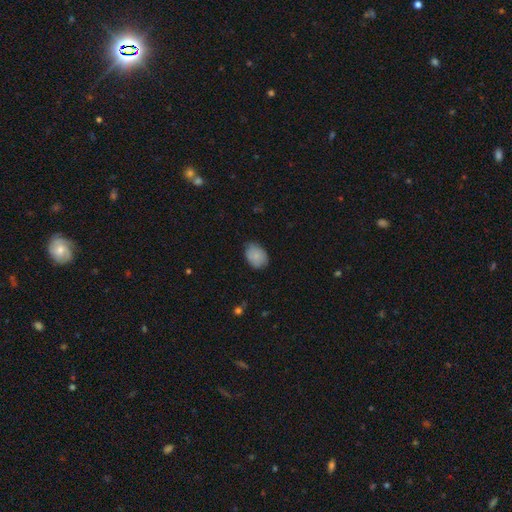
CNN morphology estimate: A smooth galaxy with no disk features (85%) that is in between round and cigar-shaped (73%).

Vote fractions:
- Smooth or featured? smooth: 85% / featured or disk: 8% / star or artifact: 7%
- How rounded? in between: 73% / round: 26% / cigar-shaped: 1%
- Merging? none: 69% / minor disturbance: 26% / major disturbance: 4% / merger: 1%